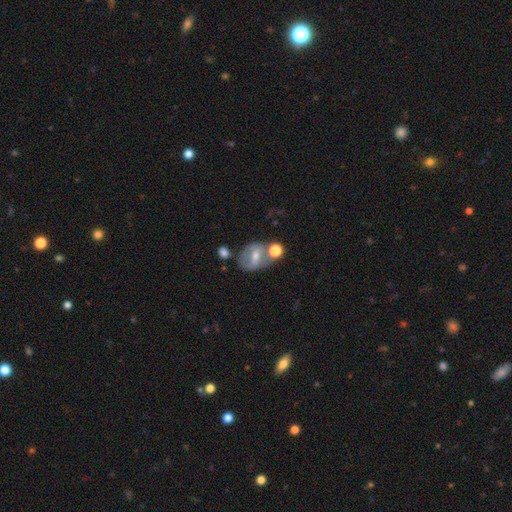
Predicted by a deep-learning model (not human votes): This appears to be a featured or disk galaxy (49%). Merging: none (46%).